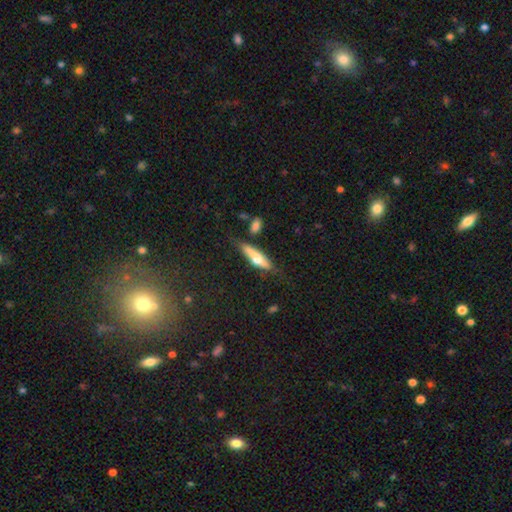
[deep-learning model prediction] smooth 51%, featured or disk 42%, star or artifact 7%. Down the decision tree: how rounded — cigar-shaped (65%); merging — none (60%).